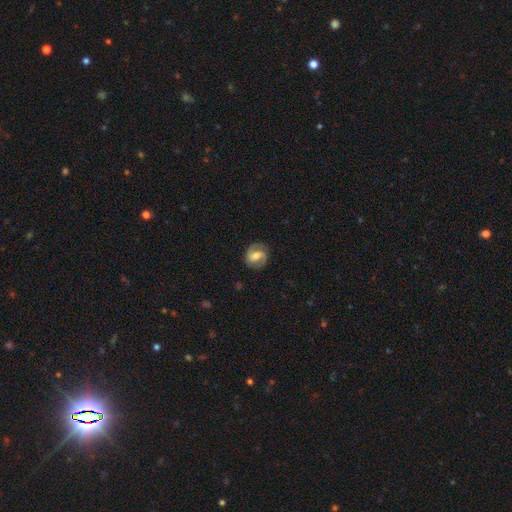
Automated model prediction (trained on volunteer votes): This appears to be a featured or disk galaxy (71%) with a weak bar (49%), 2 (88%) medium (49%) spiral arms (92%) and a moderate central bulge (52%). Merging: none (81%).